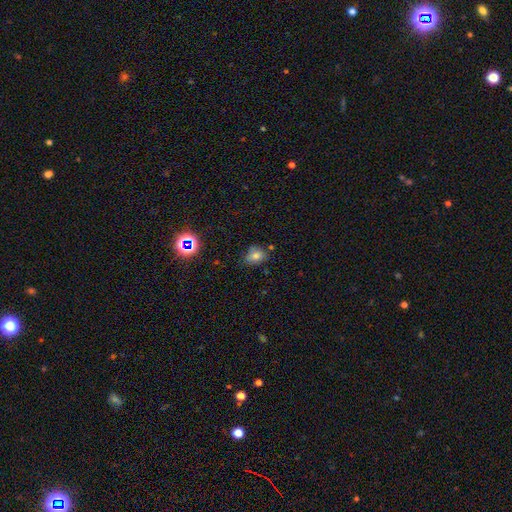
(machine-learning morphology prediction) Smooth or featured: smooth — 73% (star or artifact — 16%)
How rounded: in between — 61% (round — 37%)
Merging: none — 63% (minor disturbance — 26%)